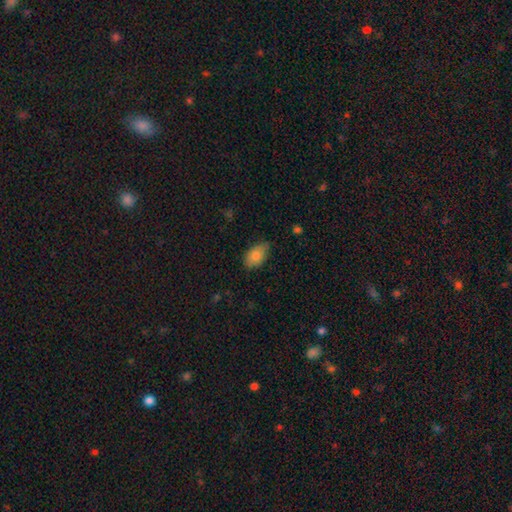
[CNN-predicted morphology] This appears to be a smooth galaxy with no disk features (82%) that is in between round and cigar-shaped (91%). Merging: none (67%).